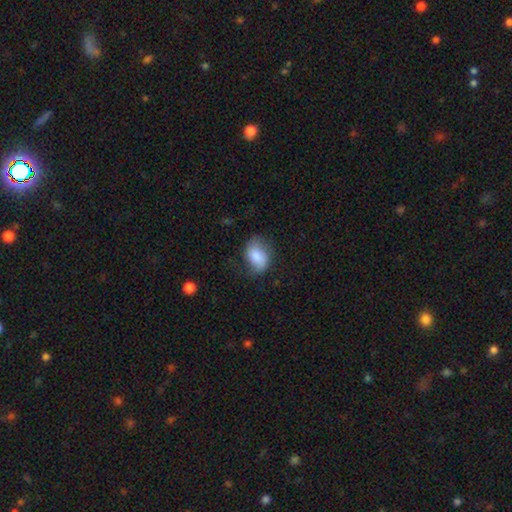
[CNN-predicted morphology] The model was most divided on "merging": none: 60%, minor disturbance: 28%, major disturbance: 11%, merger: 1%. More confident: how rounded — in between (76%); smooth or featured — smooth (73%).